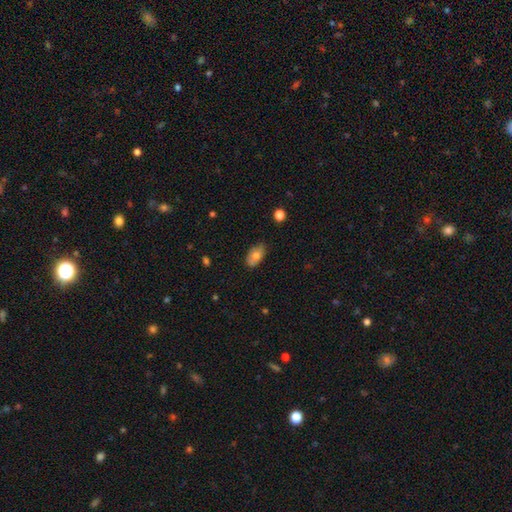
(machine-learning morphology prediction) Smooth or featured? smooth (69%)
How rounded? in between (91%)
Merging? none (74%)